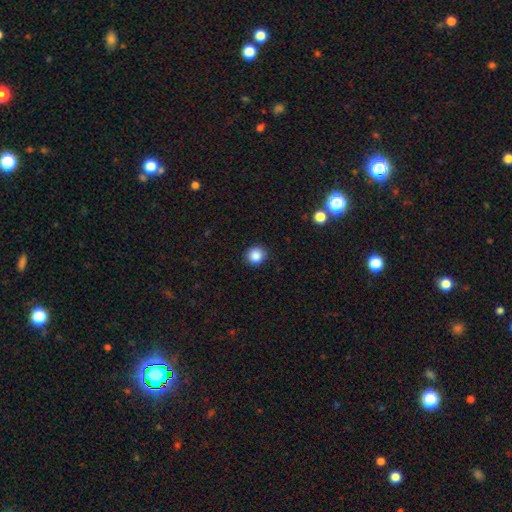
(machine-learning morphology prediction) Overall: smooth (87%). How rounded: round (91%). Merging: none (90%).